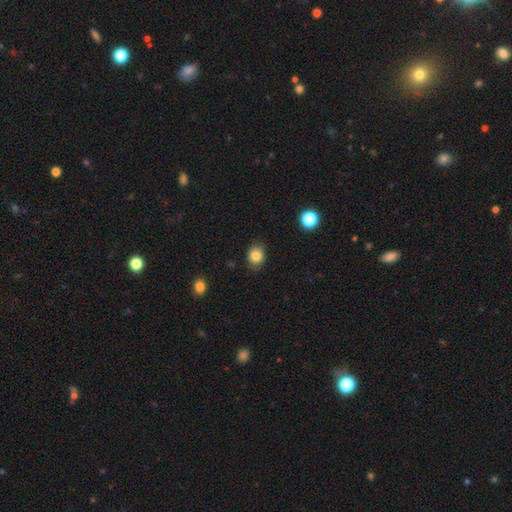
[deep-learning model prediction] A smooth galaxy with no disk features (84%) that is round (56%).

Vote fractions:
- Smooth or featured? smooth: 84% / star or artifact: 10% / featured or disk: 6%
- How rounded? round: 56% / in between: 43% / cigar-shaped: 1%
- Merging? none: 81% / minor disturbance: 14% / major disturbance: 3% / merger: 1%